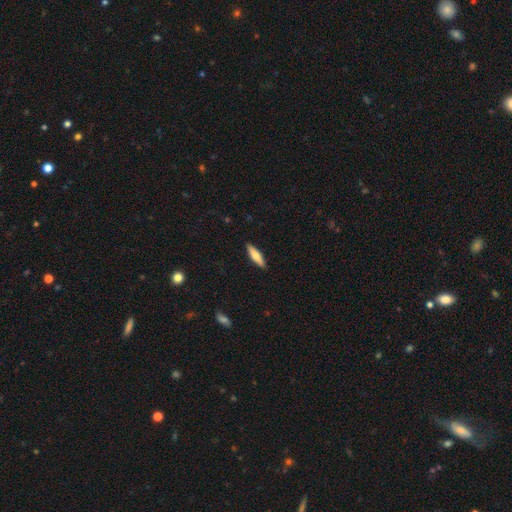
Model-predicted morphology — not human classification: Smooth or featured?
  - smooth: 63% *
  - featured or disk: 31%
  - star or artifact: 6%
How rounded?
  - cigar-shaped: 67% *
  - in between: 31%
  - round: 2%
Merging?
  - none: 90% *
  - minor disturbance: 7%
  - major disturbance: 2%
  - merger: 1%